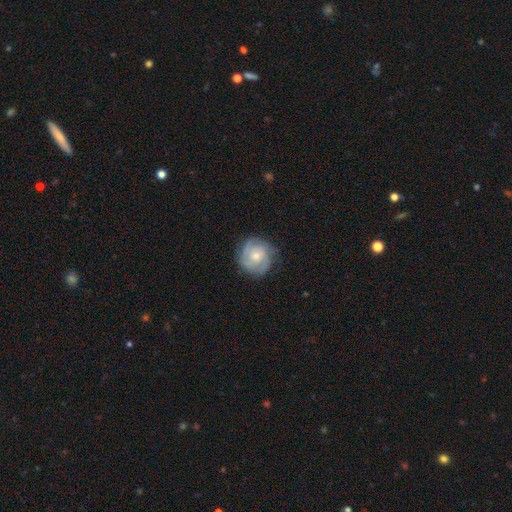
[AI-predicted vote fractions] The model was most divided on "bulge size": moderate: 48%, small: 46%, large: 3%, none: 3%, dominant: 1%. Remaining: edge-on disk — no (98%); spiral arms — yes (89%); bar — no (76%); merging — none (74%); smooth or featured — featured or disk (67%); spiral winding — tight (64%); spiral arm count — can't tell (33%).